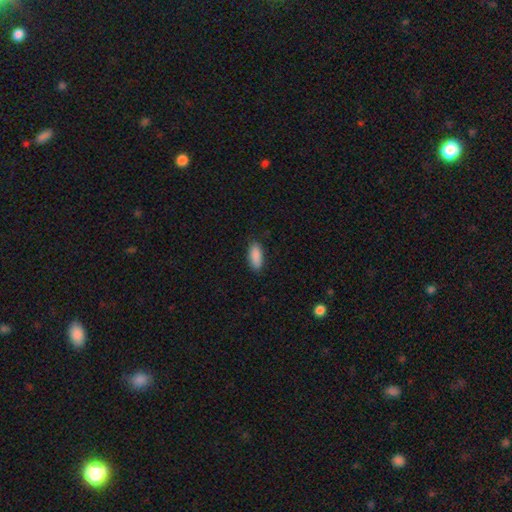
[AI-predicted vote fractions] smooth_or_featured: smooth (p=0.90) [alt: star or artifact p=0.06]
how_rounded: in between (p=0.82) [alt: cigar-shaped p=0.16]
merging: none (p=0.85) [alt: minor disturbance p=0.12]